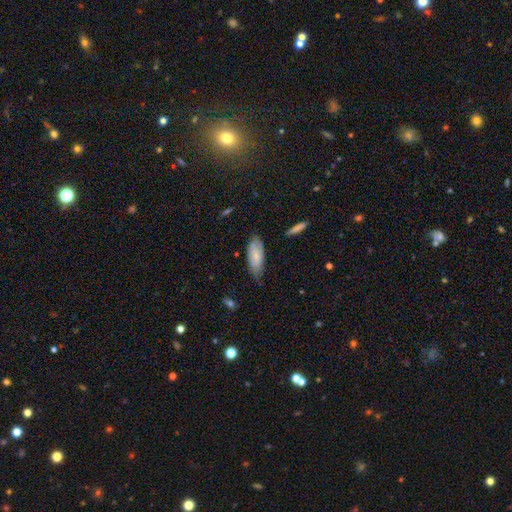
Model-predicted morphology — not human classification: type=smooth (63%); roundness=in between (83%); merging=none (58%).